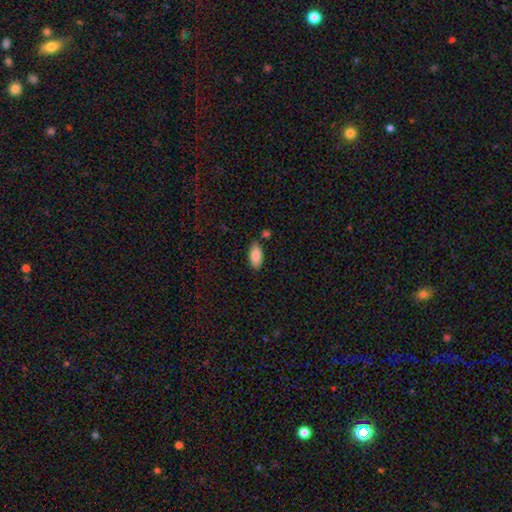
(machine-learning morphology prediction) Smooth or featured?
  - smooth: 87% *
  - star or artifact: 7%
  - featured or disk: 6%
How rounded?
  - in between: 90% *
  - cigar-shaped: 8%
  - round: 2%
Merging?
  - none: 76% *
  - minor disturbance: 14%
  - merger: 7%
  - major disturbance: 3%